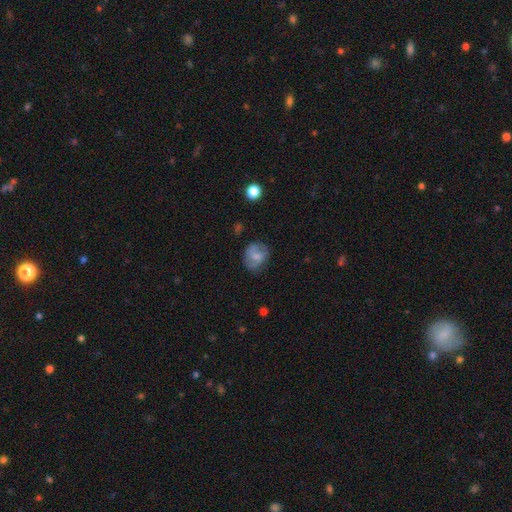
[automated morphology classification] smooth_or_featured: smooth (p=0.55) [alt: featured or disk p=0.36]
how_rounded: round (p=0.58) [alt: in between p=0.40]
merging: none (p=0.62) [alt: minor disturbance p=0.25]